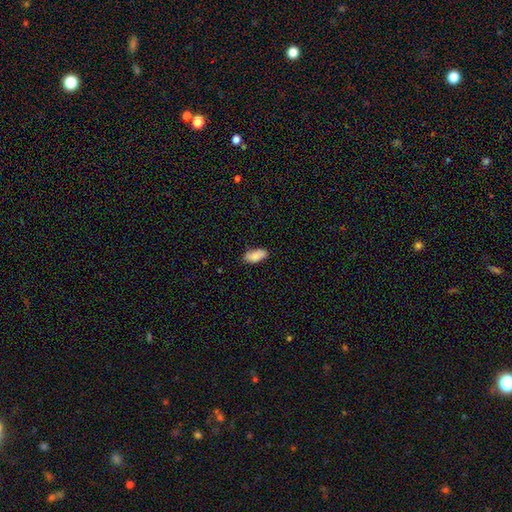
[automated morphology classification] smooth-or-featured: smooth: 85% | featured or disk: 8% | star or artifact: 7%
  how-rounded: in between: 90% | cigar-shaped: 8% | round: 2%
  merging: none: 82% | minor disturbance: 14% | major disturbance: 2% | merger: 1%